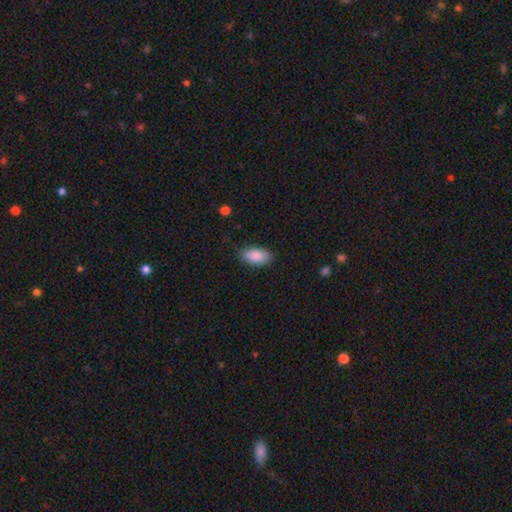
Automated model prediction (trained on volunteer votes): This is clearly a smooth galaxy (87%). How rounded: clearly in between (93%). Merging: clearly none (85%).